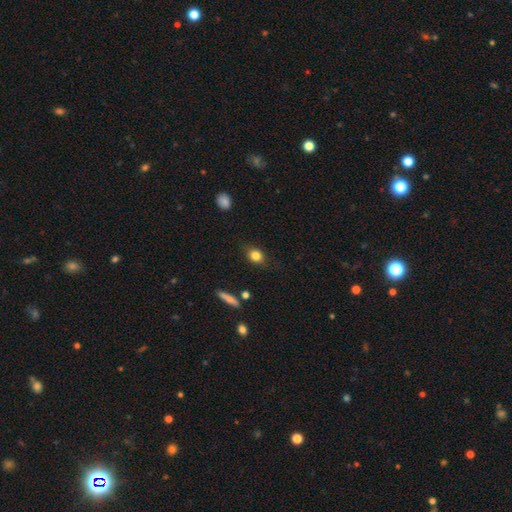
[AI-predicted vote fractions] Smooth or featured?
  - smooth: 82% *
  - star or artifact: 9%
  - featured or disk: 9%
How rounded?
  - in between: 49% *
  - round: 48%
  - cigar-shaped: 3%
Merging?
  - none: 79% *
  - minor disturbance: 16%
  - major disturbance: 4%
  - merger: 2%